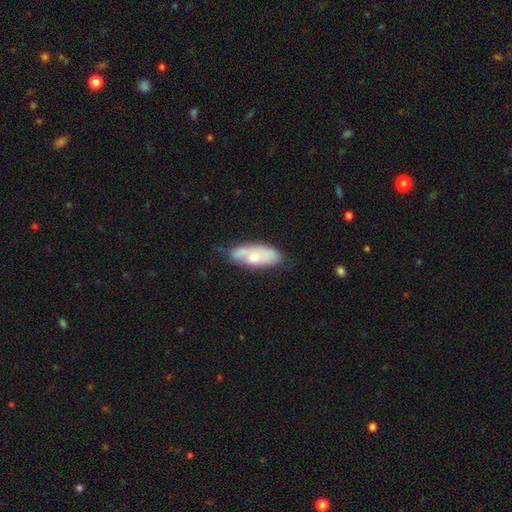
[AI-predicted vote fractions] The model was most divided on "smooth or featured": smooth: 51%, featured or disk: 43%, star or artifact: 6%. More confident: how rounded — in between (80%); merging — none (60%).